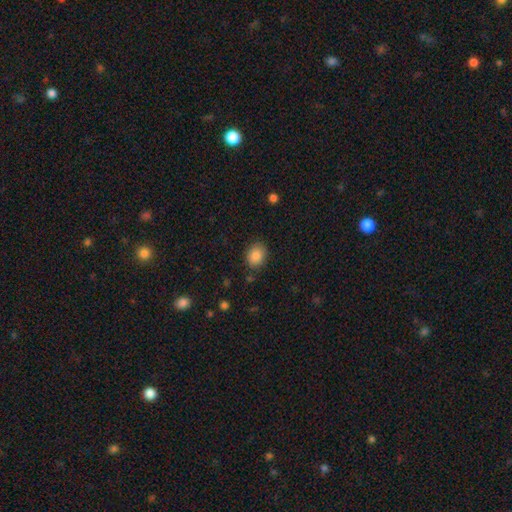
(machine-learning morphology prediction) smooth-or-featured: smooth: 87% | star or artifact: 8% | featured or disk: 5%
  how-rounded: round: 50% | in between: 49% | cigar-shaped: 1%
  merging: none: 84% | minor disturbance: 12% | major disturbance: 3% | merger: 2%